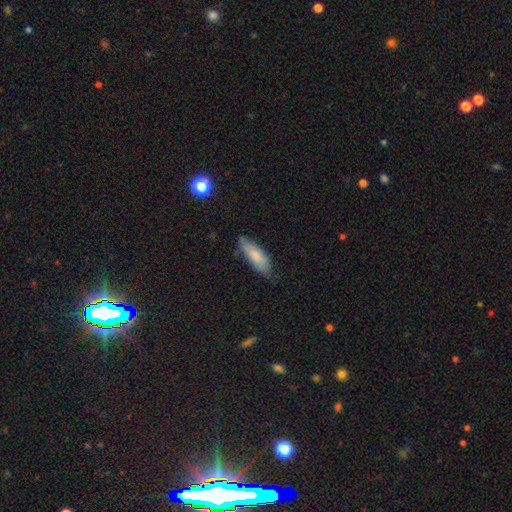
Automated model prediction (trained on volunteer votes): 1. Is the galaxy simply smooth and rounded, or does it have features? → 79% smooth, 15% featured or disk, 6% star or artifact.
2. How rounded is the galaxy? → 54% in between, 44% cigar-shaped, 2% round.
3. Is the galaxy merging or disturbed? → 71% none, 24% minor disturbance, 4% major disturbance, 2% merger.